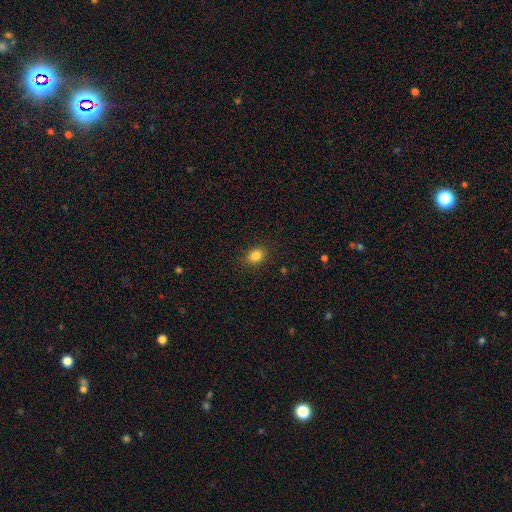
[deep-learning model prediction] Overall: smooth (85%). How rounded: in between (52%; round 47%). Merging: none (87%).